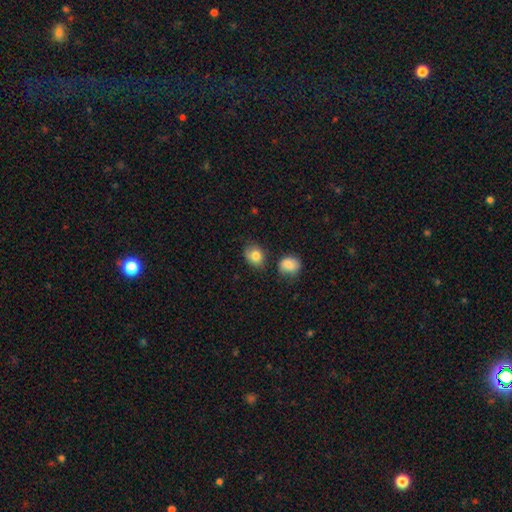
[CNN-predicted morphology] This appears to be a smooth galaxy with no disk features (82%) that is round (50%). Merging: none (70%).